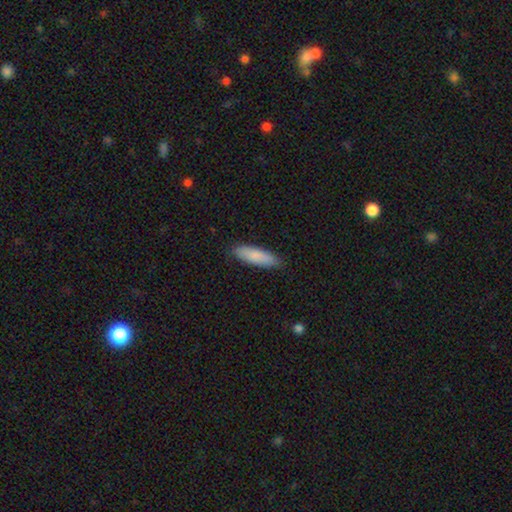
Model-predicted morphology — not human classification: smooth-or-featured: smooth: 85% | featured or disk: 10% | star or artifact: 6%
  how-rounded: cigar-shaped: 58% | in between: 41% | round: 2%
  merging: none: 86% | minor disturbance: 11% | major disturbance: 2% | merger: 1%